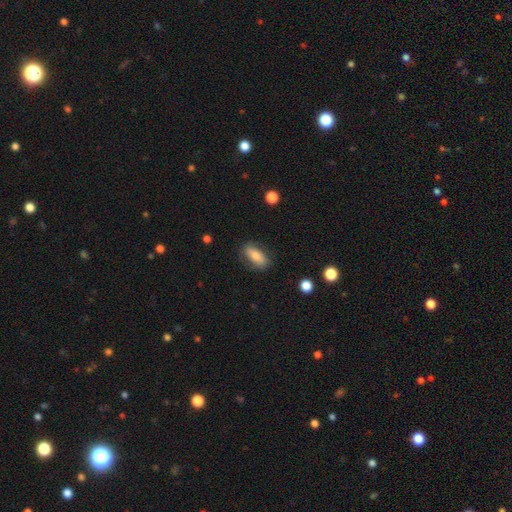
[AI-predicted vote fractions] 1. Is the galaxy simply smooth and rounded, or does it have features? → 72% smooth, 20% featured or disk, 8% star or artifact.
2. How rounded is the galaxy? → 77% in between, 19% cigar-shaped, 4% round.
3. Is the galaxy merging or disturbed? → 82% none, 14% minor disturbance, 3% major disturbance, 1% merger.